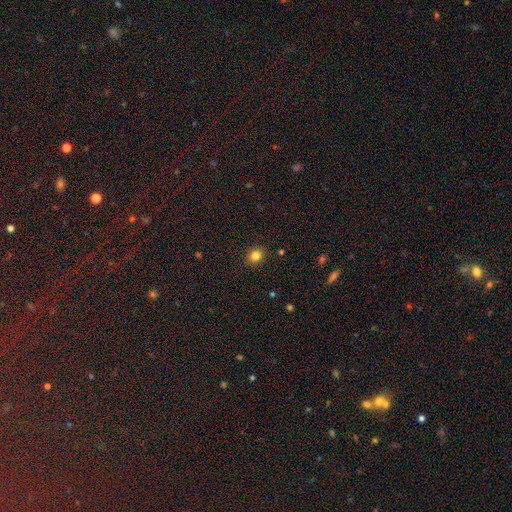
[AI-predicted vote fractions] Overall: smooth (83%). How rounded: round (71%). Merging: none (89%).